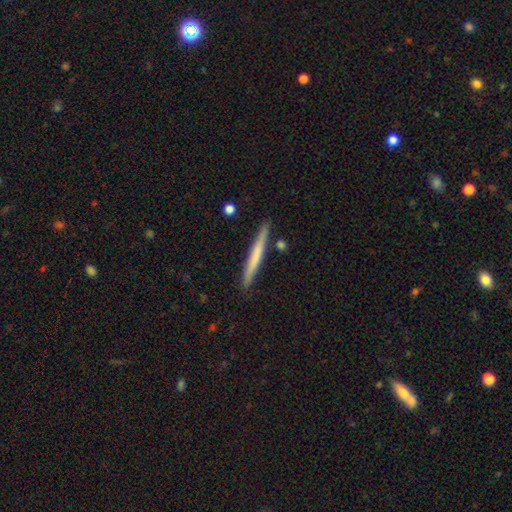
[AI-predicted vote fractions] Smooth or featured?
  - smooth: 61% *
  - featured or disk: 34%
  - star or artifact: 5%
How rounded?
  - cigar-shaped: 97% *
  - in between: 2%
  - round: 1%
Merging?
  - none: 88% *
  - minor disturbance: 8%
  - merger: 3%
  - major disturbance: 2%